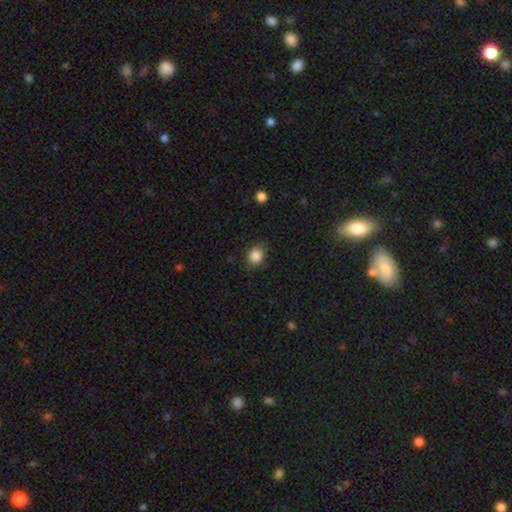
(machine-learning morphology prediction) Smooth or featured?
  - smooth: 86% *
  - star or artifact: 10%
  - featured or disk: 4%
How rounded?
  - round: 64% *
  - in between: 35%
  - cigar-shaped: 1%
Merging?
  - none: 80% *
  - minor disturbance: 16%
  - major disturbance: 4%
  - merger: 1%